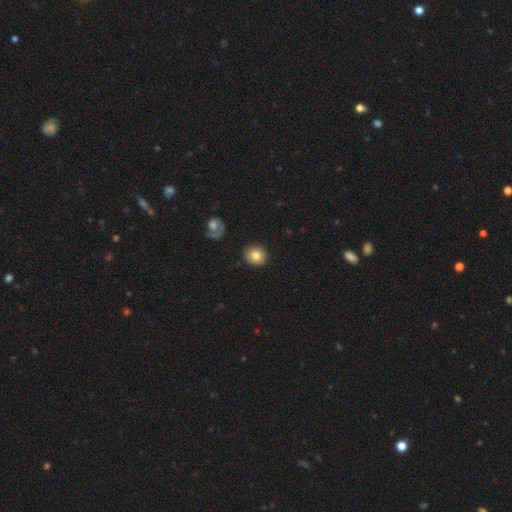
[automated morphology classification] This is clearly a smooth galaxy (81%). How rounded: clearly round (84%). Merging: clearly none (89%).